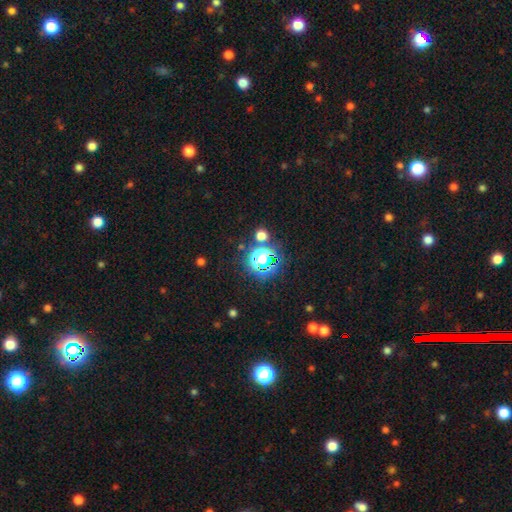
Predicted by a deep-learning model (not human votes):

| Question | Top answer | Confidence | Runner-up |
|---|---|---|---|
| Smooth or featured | star or artifact | 64% | smooth (27%) |